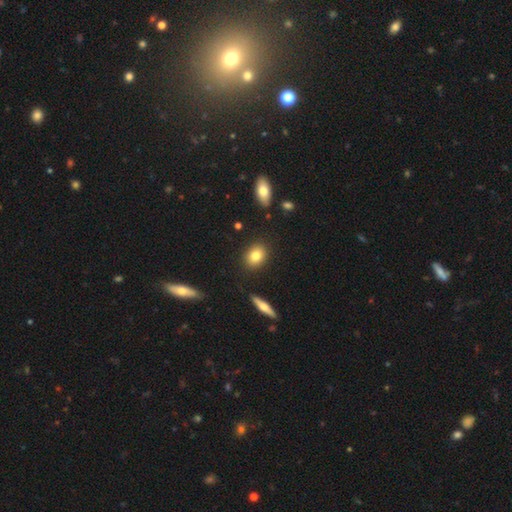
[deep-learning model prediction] Overall: smooth (81%). How rounded: in between (57%; round 41%). Merging: none (88%).